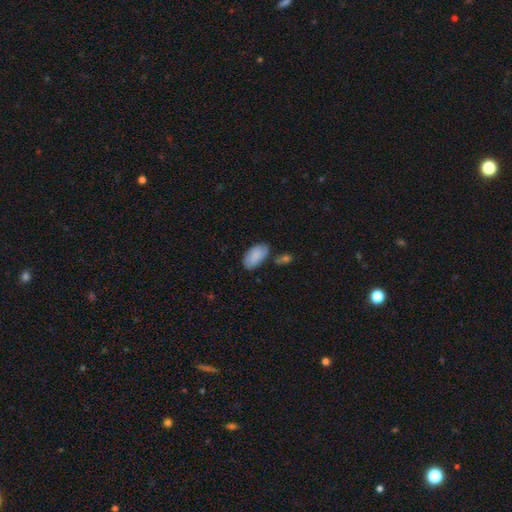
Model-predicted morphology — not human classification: The model was most divided on "merging": none: 67%, minor disturbance: 21%, merger: 7%, major disturbance: 5%. More confident: how rounded — in between (95%); smooth or featured — smooth (83%).